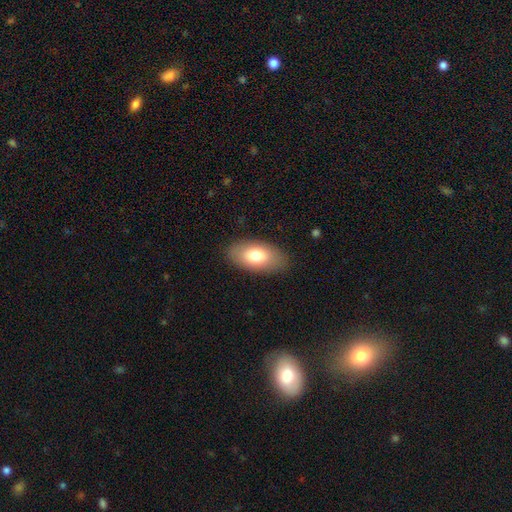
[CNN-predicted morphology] Smooth or featured? Predicted: smooth (p=0.77). How rounded? Predicted: in between (p=0.94). Merging? Predicted: none (p=0.86).